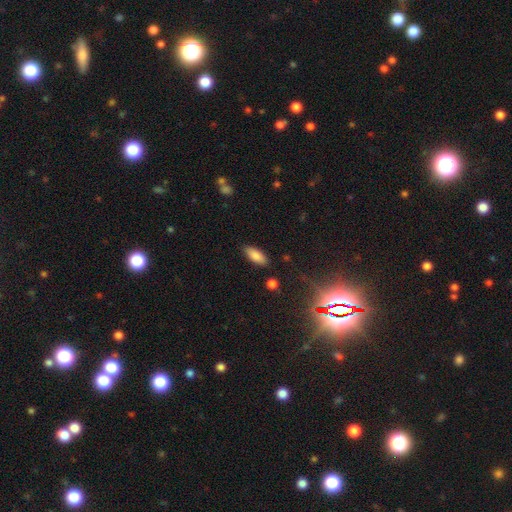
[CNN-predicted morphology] This is clearly a smooth galaxy (83%). How rounded: likely in between (80%). Merging: clearly none (86%).